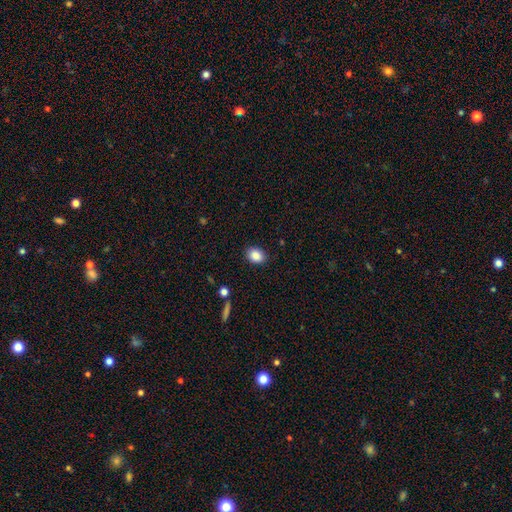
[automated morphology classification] Smooth or featured?
  - smooth: 87% *
  - star or artifact: 9%
  - featured or disk: 4%
How rounded?
  - in between: 61% *
  - round: 38%
  - cigar-shaped: 1%
Merging?
  - none: 87% *
  - minor disturbance: 9%
  - major disturbance: 2%
  - merger: 1%